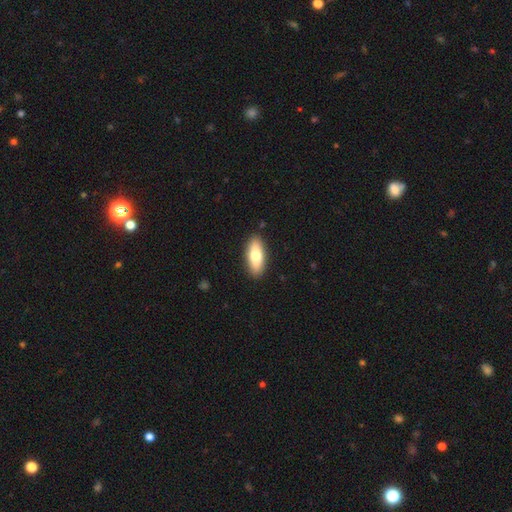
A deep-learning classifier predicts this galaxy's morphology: type=smooth (72%); roundness=in between (75%); merging=none (89%).